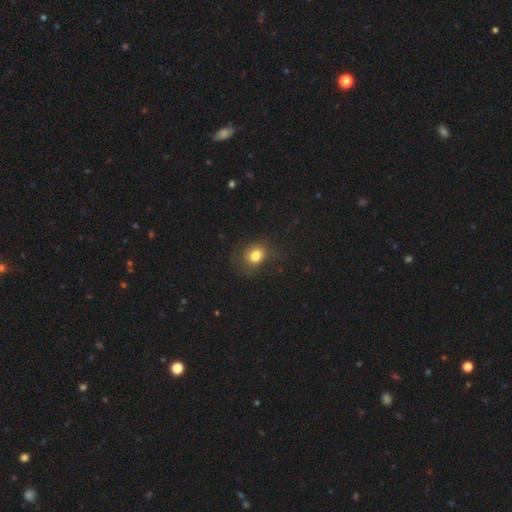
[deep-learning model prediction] A smooth galaxy with no disk features (80%) that is round (55%).

Vote fractions:
- Smooth or featured? smooth: 80% / star or artifact: 12% / featured or disk: 8%
- How rounded? round: 55% / in between: 44% / cigar-shaped: 1%
- Merging? none: 74% / minor disturbance: 17% / major disturbance: 8% / merger: 1%